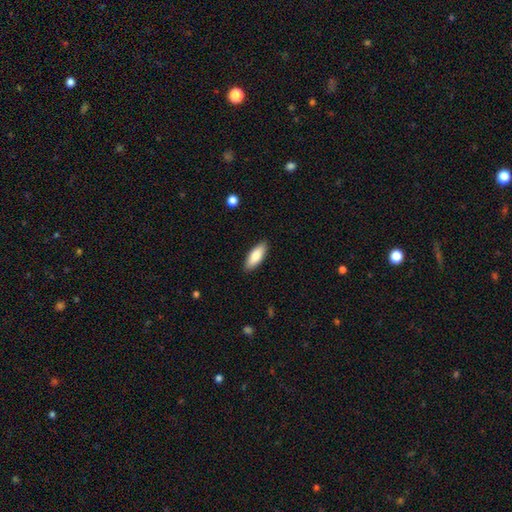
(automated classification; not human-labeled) Smooth or featured? Predicted: smooth (p=0.82). How rounded? Predicted: in between (p=0.70). Merging? Predicted: none (p=0.89).